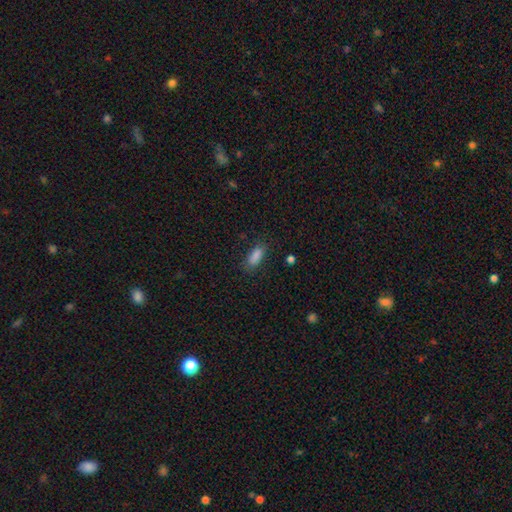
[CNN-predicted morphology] The model was most divided on "how rounded": in between: 75%, cigar-shaped: 23%, round: 3%. More confident: smooth or featured — smooth (86%); merging — none (81%).